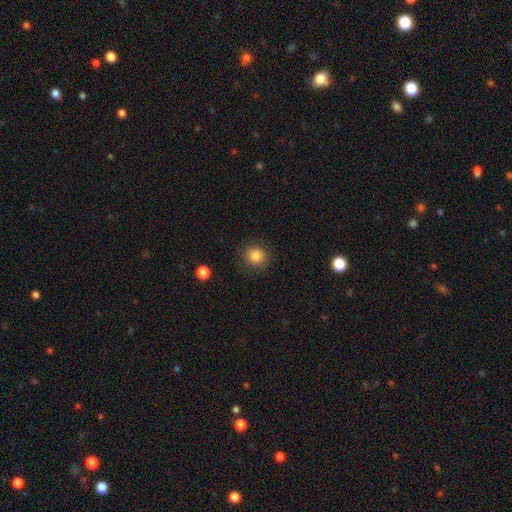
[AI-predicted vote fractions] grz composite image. It shows a smooth galaxy with no disk features (85%) that is round (88%). Merging: none (86%).